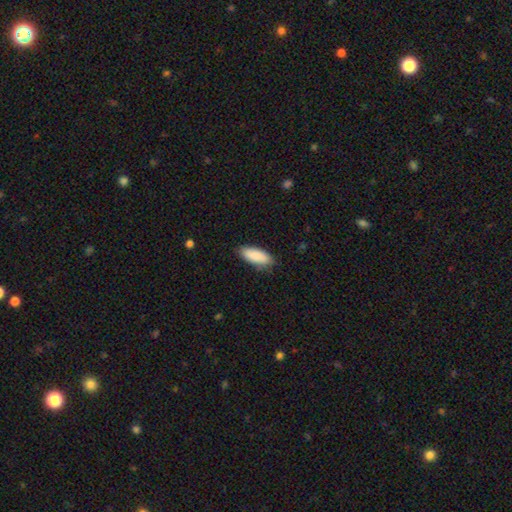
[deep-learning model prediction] Q: Smooth or featured?
A: smooth (89%); runner-up: star or artifact (6%)
Q: How rounded?
A: in between (78%); runner-up: cigar-shaped (20%)
Q: Merging?
A: none (83%); runner-up: minor disturbance (13%)